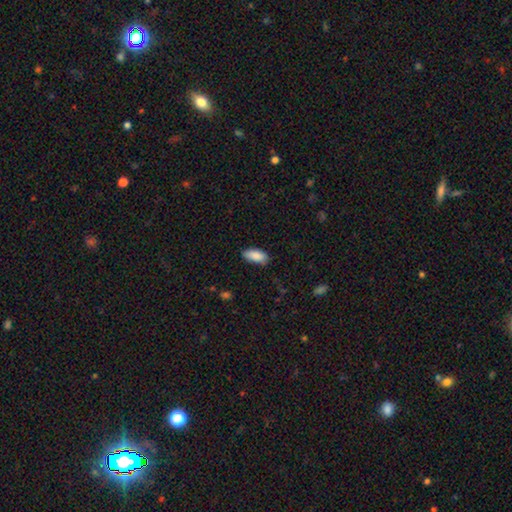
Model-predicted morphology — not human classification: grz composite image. It shows a smooth galaxy with no disk features (88%) that is in between round and cigar-shaped (90%). Merging: none (79%).